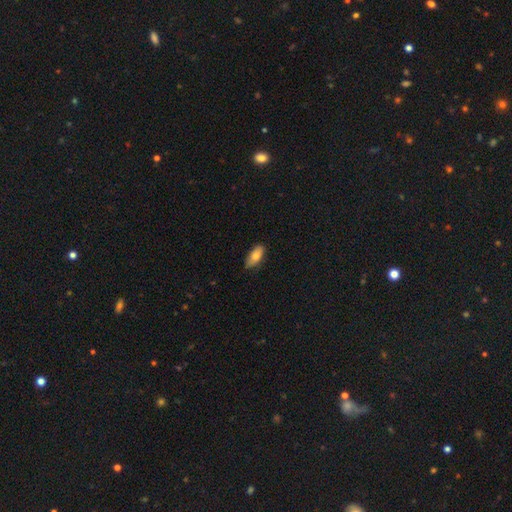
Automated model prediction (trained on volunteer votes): smooth-or-featured: smooth: 77% | featured or disk: 16% | star or artifact: 7%
  how-rounded: in between: 84% | cigar-shaped: 13% | round: 3%
  merging: none: 80% | minor disturbance: 17% | major disturbance: 2% | merger: 1%